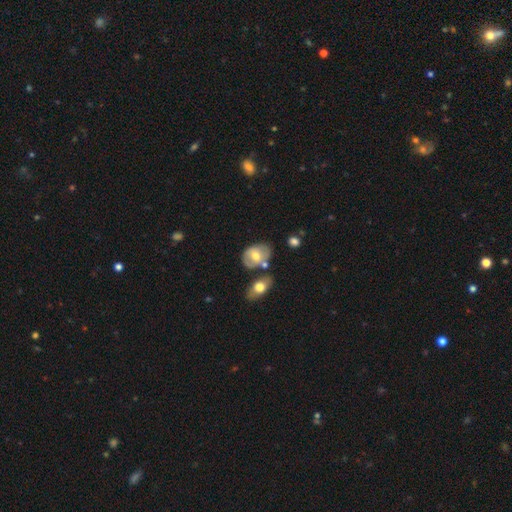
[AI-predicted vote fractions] Smooth or featured? smooth (56%)
How rounded? in between (76%)
Merging? none (55%)